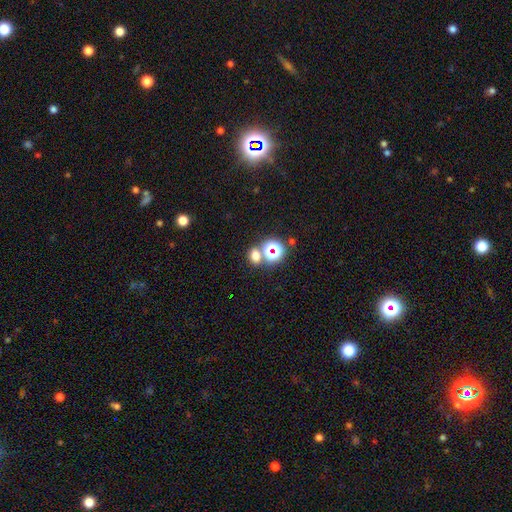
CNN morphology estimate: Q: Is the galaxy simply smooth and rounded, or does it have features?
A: smooth — 63%.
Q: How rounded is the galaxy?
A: round — 52%.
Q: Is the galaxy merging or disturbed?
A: none — 64%.